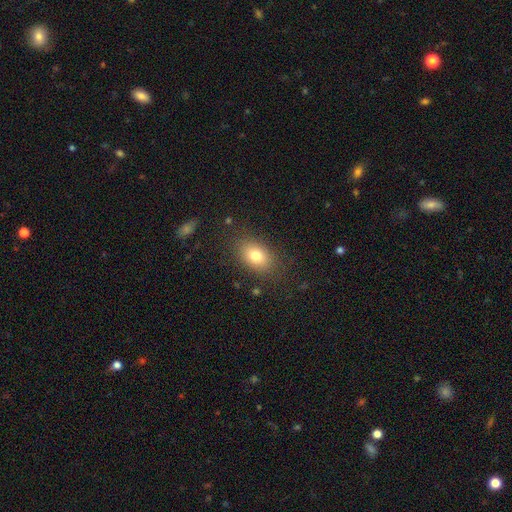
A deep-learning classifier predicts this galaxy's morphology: Smooth or featured? smooth (77%)
How rounded? in between (78%)
Merging? none (82%)